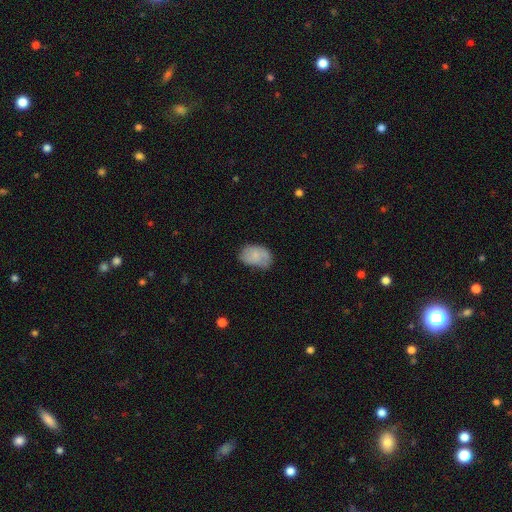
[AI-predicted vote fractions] Overall: smooth (73%). How rounded: in between (85%). Merging: none (50%; minor disturbance 36%).